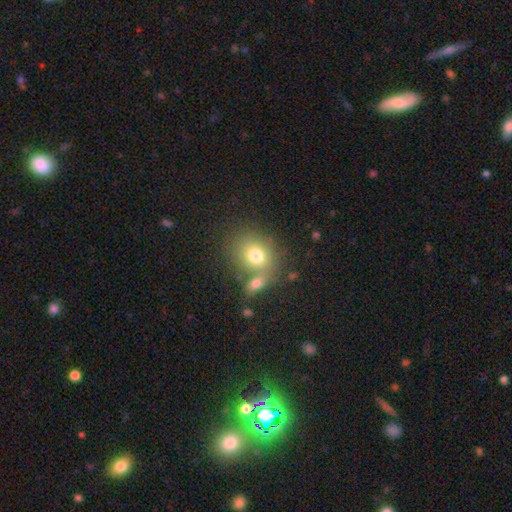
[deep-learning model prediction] This appears to be a smooth galaxy with no disk features (74%) that is round (67%). Merging: none (50%).